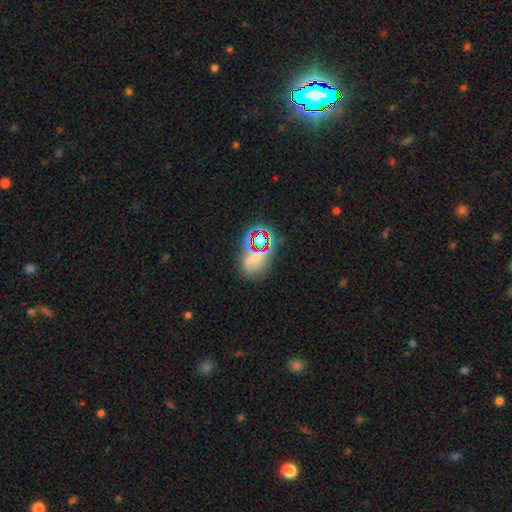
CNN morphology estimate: smooth-or-featured: star or artifact: 42% | smooth: 39% | featured or disk: 19%